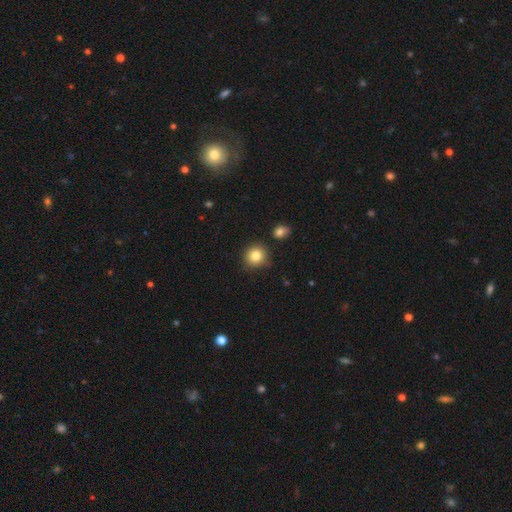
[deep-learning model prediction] smooth_or_featured: smooth (p=0.83) [alt: star or artifact p=0.10]
how_rounded: round (p=0.88) [alt: in between p=0.11]
merging: none (p=0.85) [alt: minor disturbance p=0.09]